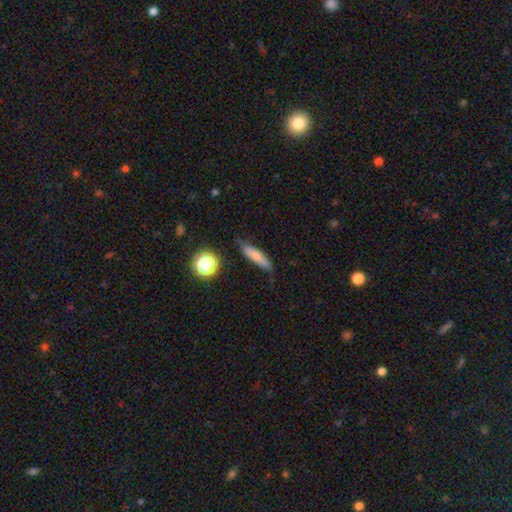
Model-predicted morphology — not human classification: Smooth or featured? Predicted: smooth (p=0.71). How rounded? Predicted: cigar-shaped (p=0.76). Merging? Predicted: none (p=0.76).